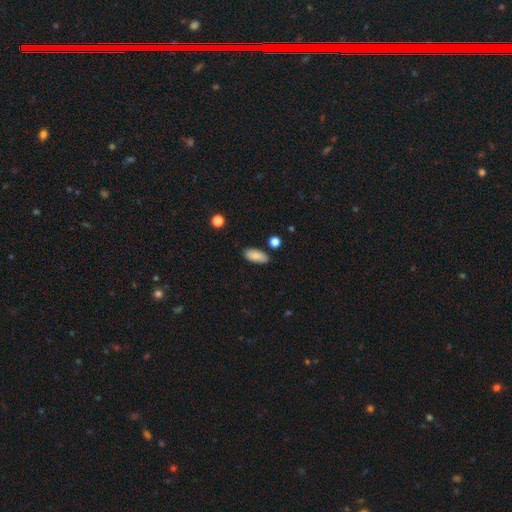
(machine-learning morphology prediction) smooth_or_featured: smooth (p=0.84) [alt: featured or disk p=0.08]
how_rounded: in between (p=0.89) [alt: cigar-shaped p=0.08]
merging: none (p=0.84) [alt: minor disturbance p=0.11]